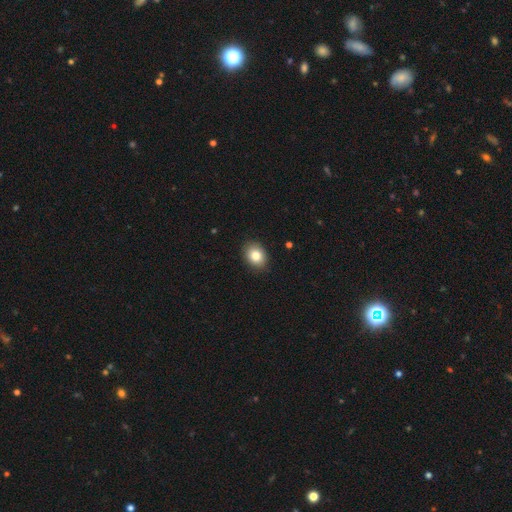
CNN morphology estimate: This is clearly a smooth galaxy (83%). How rounded: possibly in between (59%). Merging: clearly none (88%).